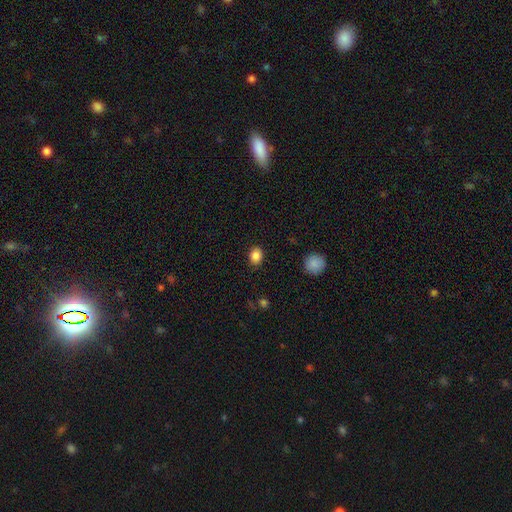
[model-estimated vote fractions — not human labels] A smooth galaxy with no disk features (87%) that is round (50%).

Vote fractions:
- Smooth or featured? smooth: 87% / star or artifact: 10% / featured or disk: 4%
- How rounded? round: 50% / in between: 49% / cigar-shaped: 1%
- Merging? none: 87% / minor disturbance: 9% / major disturbance: 3% / merger: 1%